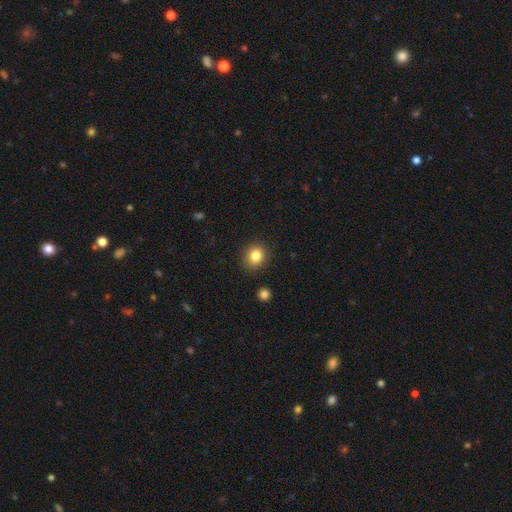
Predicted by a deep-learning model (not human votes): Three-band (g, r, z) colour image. It shows a smooth galaxy with no disk features (83%) that is round (76%). Merging: none (88%).